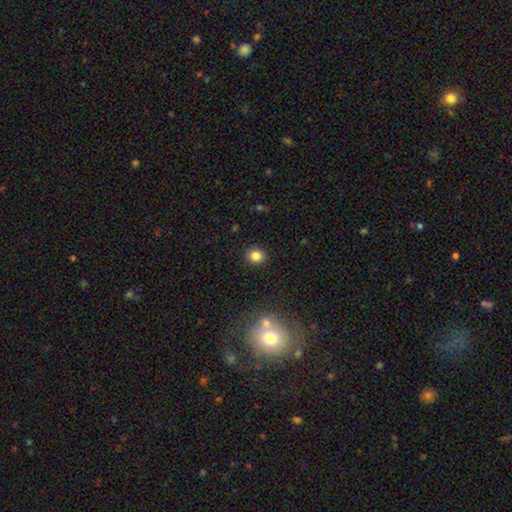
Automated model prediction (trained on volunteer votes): Q: Smooth or featured?
A: smooth (84%); runner-up: star or artifact (12%)
Q: How rounded?
A: round (85%); runner-up: in between (14%)
Q: Merging?
A: none (91%); runner-up: minor disturbance (6%)